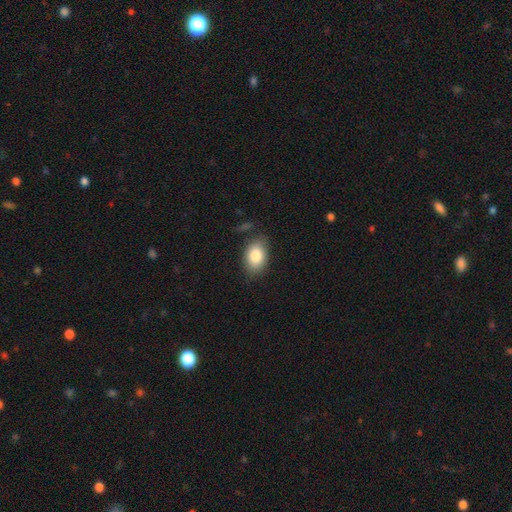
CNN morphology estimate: smooth 83%, featured or disk 9%, star or artifact 8%. Down the decision tree: how rounded — in between (86%); merging — none (79%).